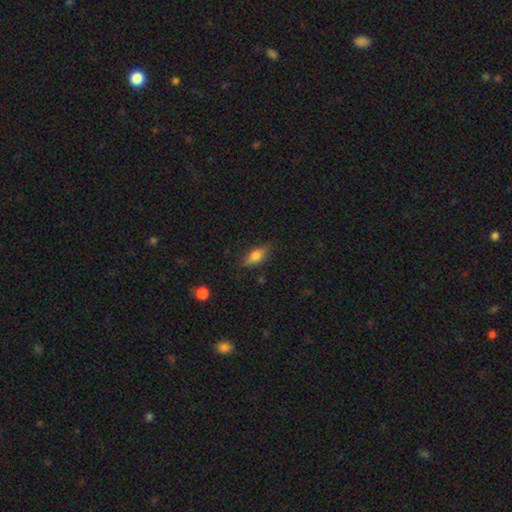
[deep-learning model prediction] A smooth galaxy with no disk features (66%) that is in between round and cigar-shaped (76%).

Vote fractions:
- Smooth or featured? smooth: 66% / featured or disk: 25% / star or artifact: 9%
- How rounded? in between: 76% / cigar-shaped: 18% / round: 6%
- Merging? none: 78% / minor disturbance: 17% / major disturbance: 4% / merger: 1%